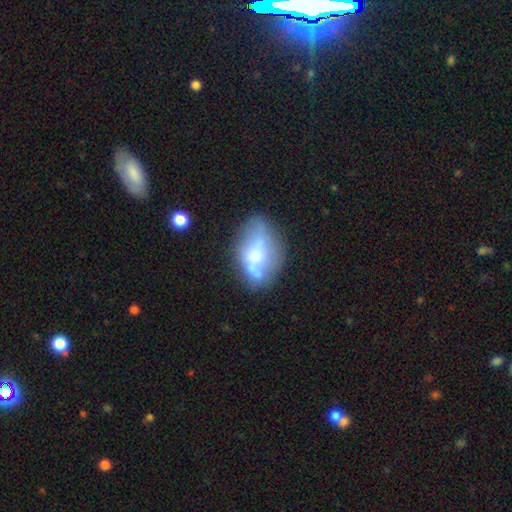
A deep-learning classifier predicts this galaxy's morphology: type=smooth (50%); roundness=in between (85%); merging=none (49%).